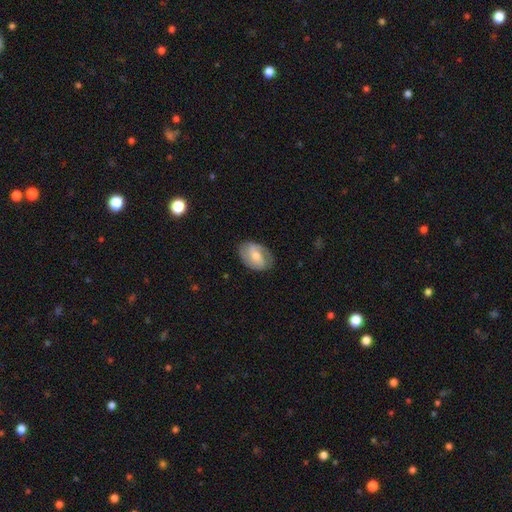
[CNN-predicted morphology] The model was most divided on "bar": weak: 41%, no: 39%, strong: 20%. More confident: edge-on disk — no (95%); merging — none (76%); spiral arms — yes (74%); bulge size — moderate (60%); smooth or featured — featured or disk (54%).